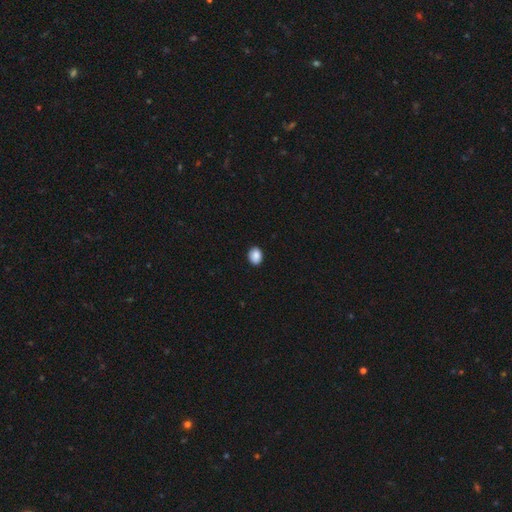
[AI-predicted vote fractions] Morphology: type=smooth (89%); roundness=in between (57%); merging=none (90%).